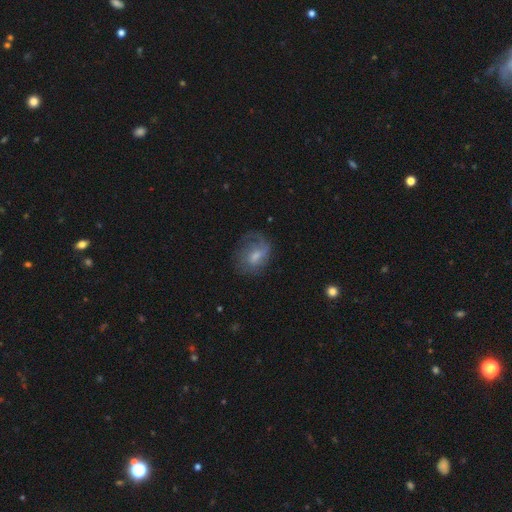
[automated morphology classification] A featured or disk galaxy (51%). Merging: none (51%).